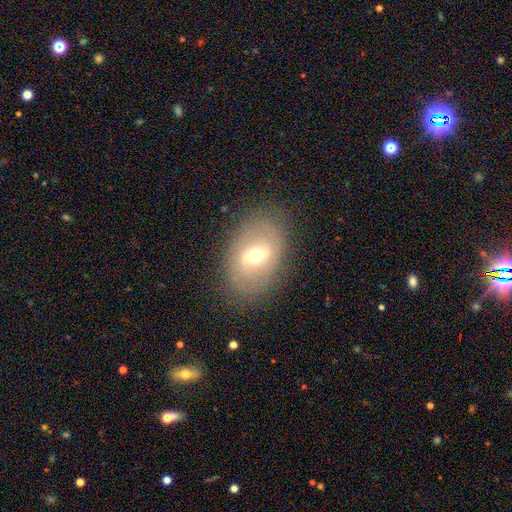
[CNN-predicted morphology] The model was most divided on "smooth or featured": featured or disk: 51%, smooth: 39%, star or artifact: 10%. More confident: edge-on disk — no (89%); merging — none (81%).